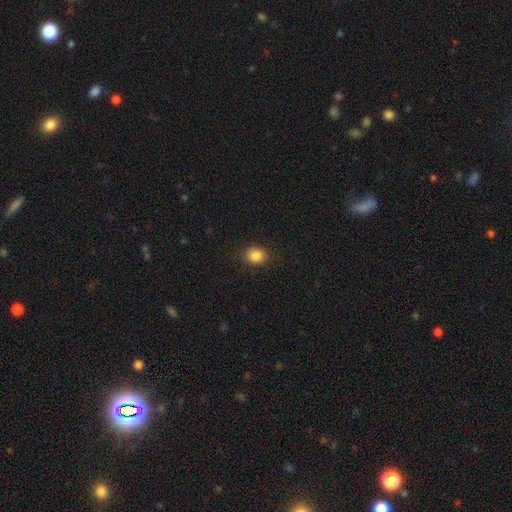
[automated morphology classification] Smooth or featured? smooth (86%)
How rounded? round (53%)
Merging? none (86%)